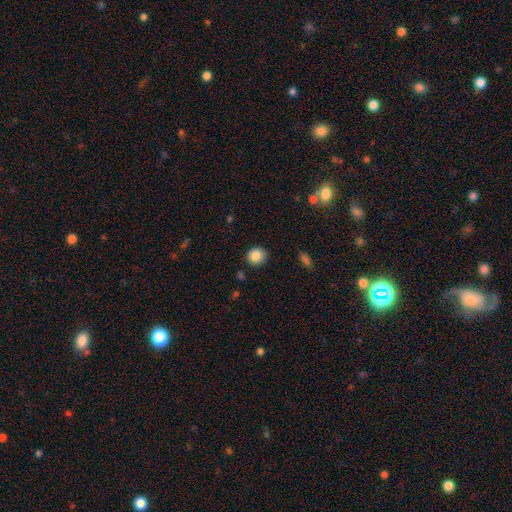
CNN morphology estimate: A smooth galaxy with no disk features (87%) that is round (85%). Merging: none (88%).